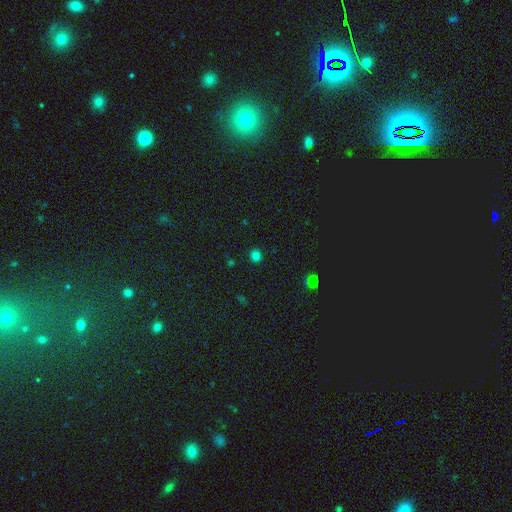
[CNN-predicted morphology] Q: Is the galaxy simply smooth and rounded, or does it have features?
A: smooth — 78%.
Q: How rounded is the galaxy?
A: round — 91%.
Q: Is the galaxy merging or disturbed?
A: none — 91%.